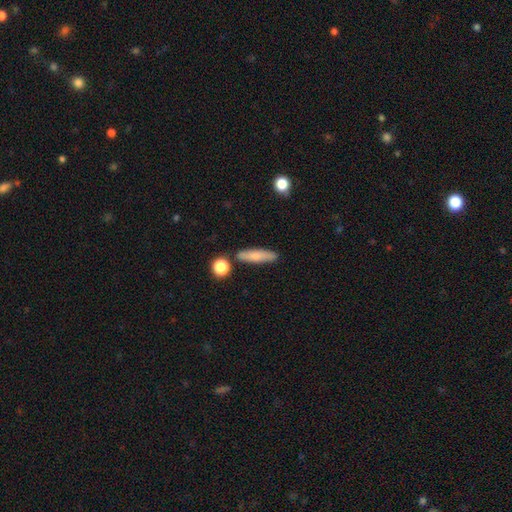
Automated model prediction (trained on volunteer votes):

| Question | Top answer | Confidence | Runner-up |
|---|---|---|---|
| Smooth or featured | smooth | 75% | featured or disk (18%) |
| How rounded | cigar-shaped | 71% | in between (26%) |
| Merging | none | 81% | minor disturbance (11%) |